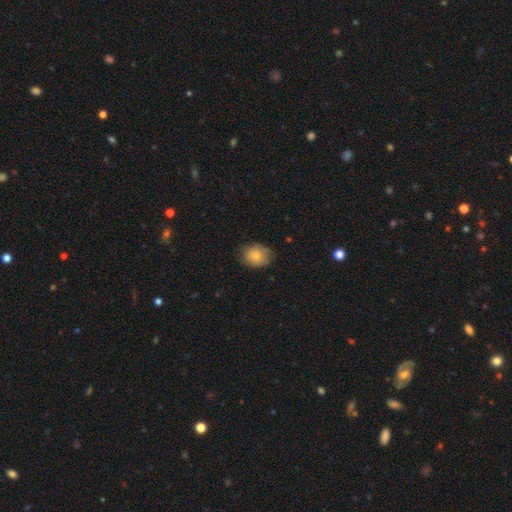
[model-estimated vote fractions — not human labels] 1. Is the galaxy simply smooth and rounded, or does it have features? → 81% smooth, 11% featured or disk, 8% star or artifact.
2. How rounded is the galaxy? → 52% round, 47% in between, 1% cigar-shaped.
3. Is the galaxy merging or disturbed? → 71% none, 23% minor disturbance, 5% major disturbance, 1% merger.